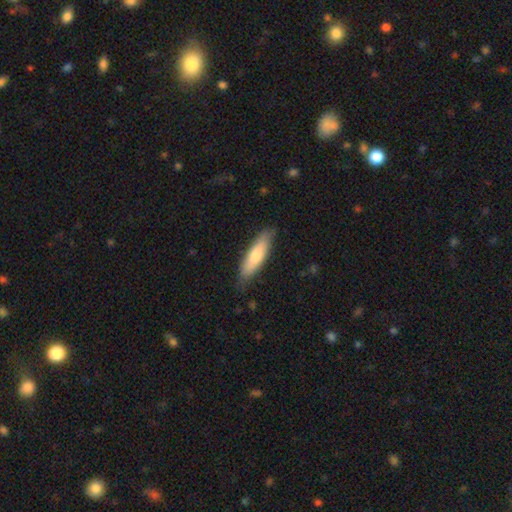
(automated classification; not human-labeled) Q: Smooth or featured?
A: smooth (69%); runner-up: featured or disk (25%)
Q: How rounded?
A: cigar-shaped (65%); runner-up: in between (33%)
Q: Merging?
A: none (82%); runner-up: minor disturbance (14%)